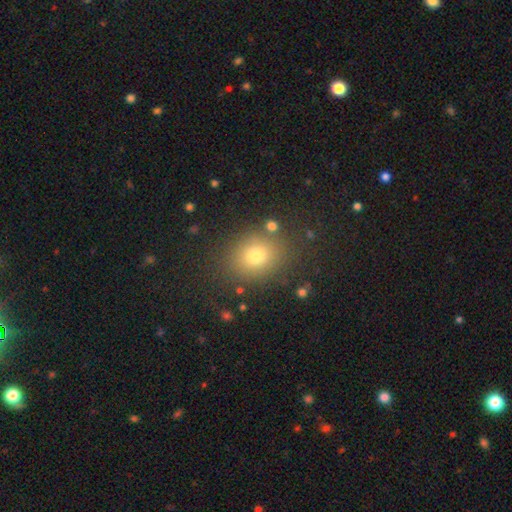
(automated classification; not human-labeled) Morphology: type=smooth (72%); roundness=round (62%); merging=none (85%).